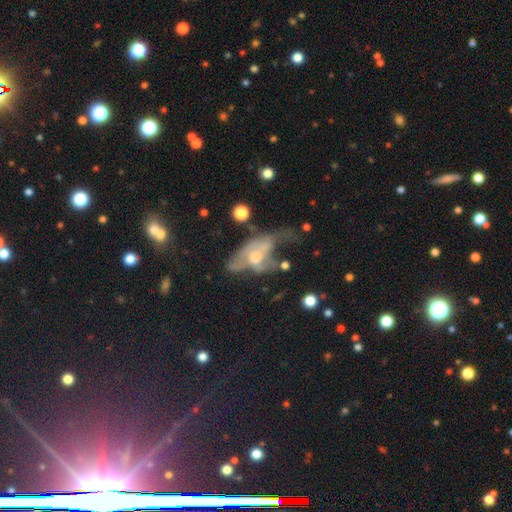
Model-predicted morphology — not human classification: Smooth or featured? Predicted: featured or disk (p=0.59). Edge-on disk? Predicted: no (p=0.84). Bar? Predicted: no (p=0.78). Spiral arms? Predicted: no (p=0.69). Bulge size? Predicted: moderate (p=0.56). Merging? Predicted: major disturbance (p=0.52).